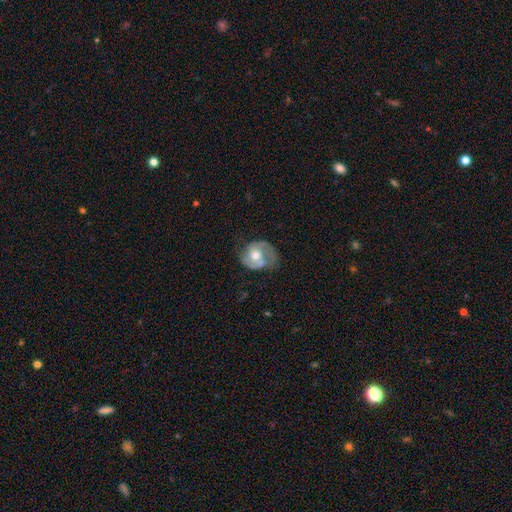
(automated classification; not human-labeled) The model was most divided on "spiral winding": medium: 48%, tight: 28%, loose: 23%. More confident: edge-on disk — no (97%); spiral arms — yes (84%); spiral arm count — 2 (78%); bulge size — moderate (70%); smooth or featured — featured or disk (69%); bar — no (66%); merging — none (51%).